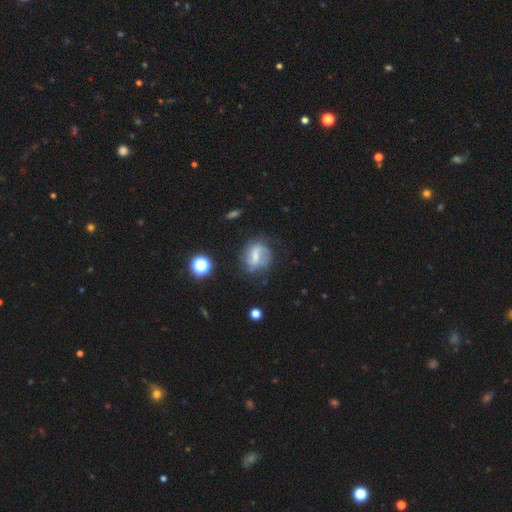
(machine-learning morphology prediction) smooth-or-featured: featured or disk: 54% | smooth: 34% | star or artifact: 11%
  disk-edge-on: no: 96% | yes: 4%
    bar: weak: 47% | strong: 28% | no: 25%
    has-spiral-arms: yes: 71% | no: 29%
    bulge-size: none: 32% | small: 31% | moderate: 29% | large: 6% | dominant: 2%
  merging: none: 54% | minor disturbance: 25% | major disturbance: 17% | merger: 4%